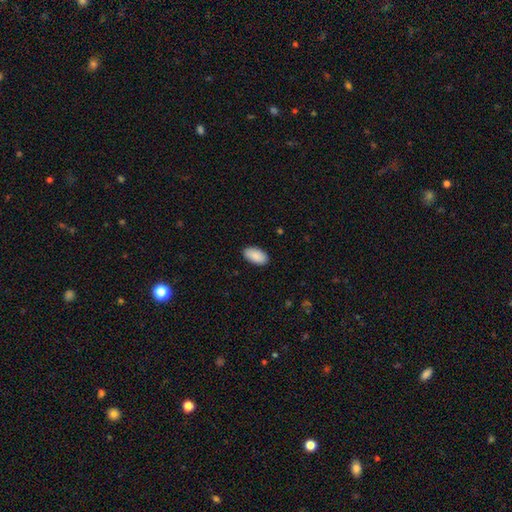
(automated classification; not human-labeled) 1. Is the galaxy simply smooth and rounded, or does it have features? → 91% smooth, 6% star or artifact, 3% featured or disk.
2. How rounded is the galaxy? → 96% in between, 2% cigar-shaped, 2% round.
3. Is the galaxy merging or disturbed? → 89% none, 8% minor disturbance, 2% major disturbance, 1% merger.